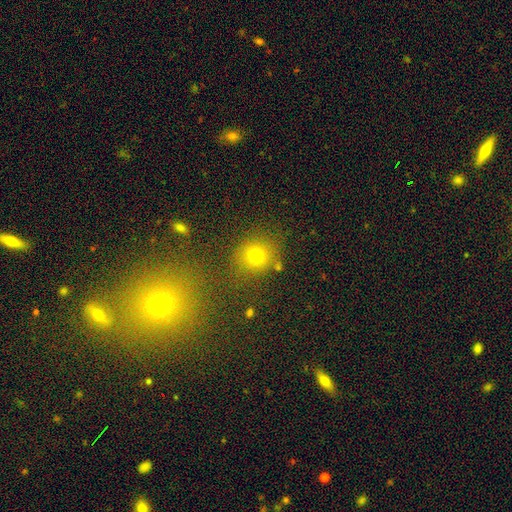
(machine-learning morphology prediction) A smooth galaxy with no disk features (72%) that is round (84%). Merging: none (67%).